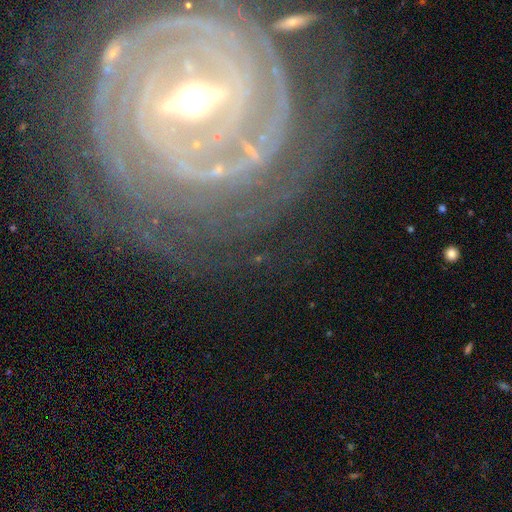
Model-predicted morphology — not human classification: Overall: featured or disk (90%). Edge-on disk: no (96%). Bar: strong (60%; weak 29%). Spiral arms: yes (96%). Spiral arm count: can't tell (27%; more than 4 17%). Spiral winding: tight (86%). Bulge size: moderate (63%; small 30%). Merging: none (76%).